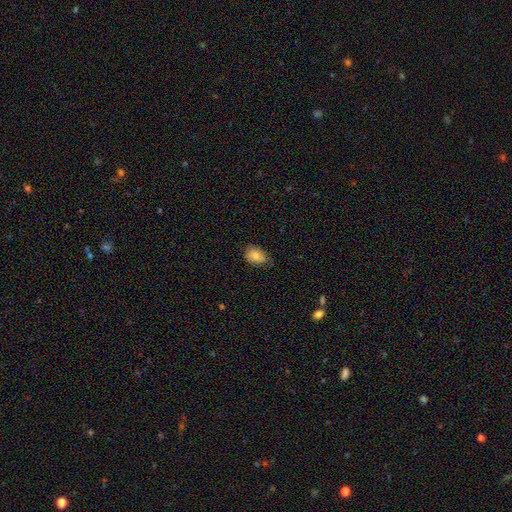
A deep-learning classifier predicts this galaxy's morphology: A smooth galaxy with no disk features (78%) that is in between round and cigar-shaped (77%). Merging: none (60%).